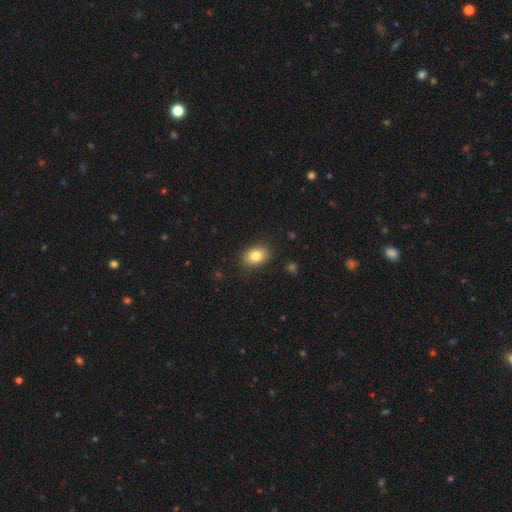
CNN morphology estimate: smooth_or_featured: smooth (p=0.83) [alt: star or artifact p=0.09]
how_rounded: in between (p=0.75) [alt: round p=0.24]
merging: none (p=0.86) [alt: minor disturbance p=0.10]